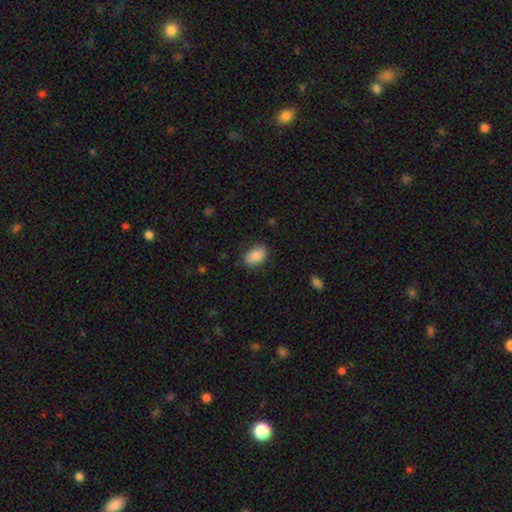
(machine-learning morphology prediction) This appears to be a smooth galaxy with no disk features (86%) that is in between round and cigar-shaped (90%). Merging: none (82%).